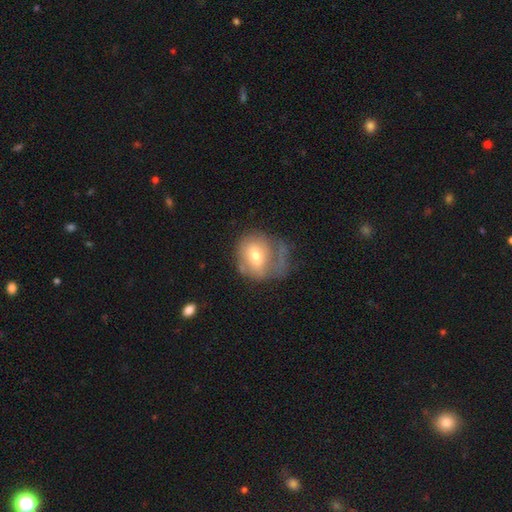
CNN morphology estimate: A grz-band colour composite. It shows a smooth galaxy with no disk features (55%) that is round (62%). Merging: major disturbance (35%).